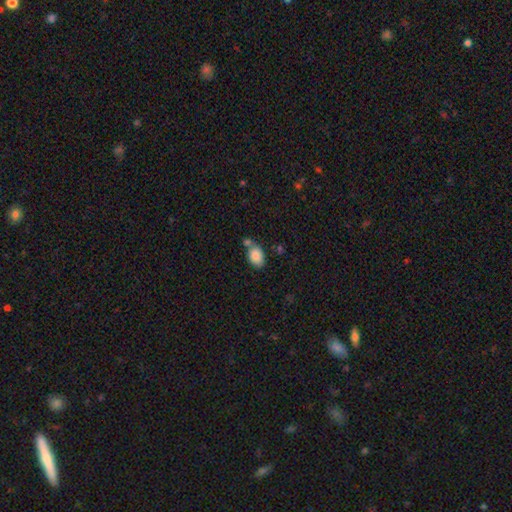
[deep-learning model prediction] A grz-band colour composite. It shows a smooth galaxy with no disk features (86%) that is in between round and cigar-shaped (85%). Merging: none (53%).